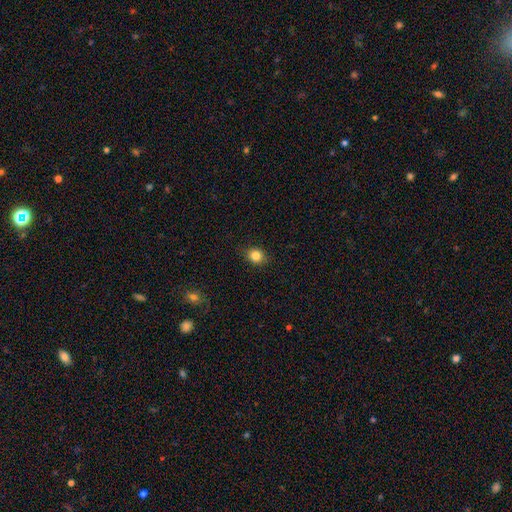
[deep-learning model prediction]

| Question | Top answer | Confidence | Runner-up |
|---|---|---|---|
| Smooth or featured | smooth | 83% | star or artifact (11%) |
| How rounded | round | 68% | in between (31%) |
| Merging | none | 87% | minor disturbance (10%) |